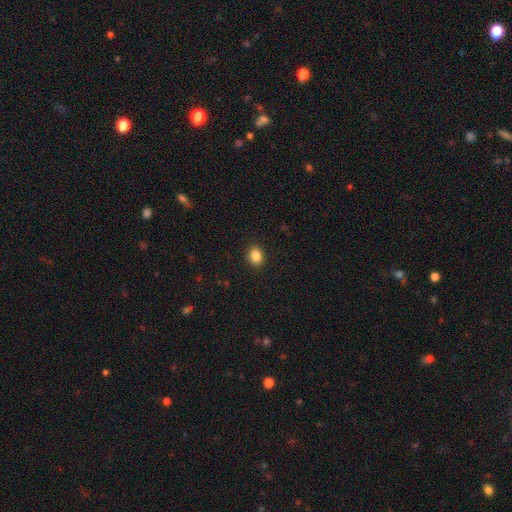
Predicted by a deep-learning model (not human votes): This is clearly a smooth galaxy (86%). How rounded: possibly in between (55%). Merging: clearly none (91%).